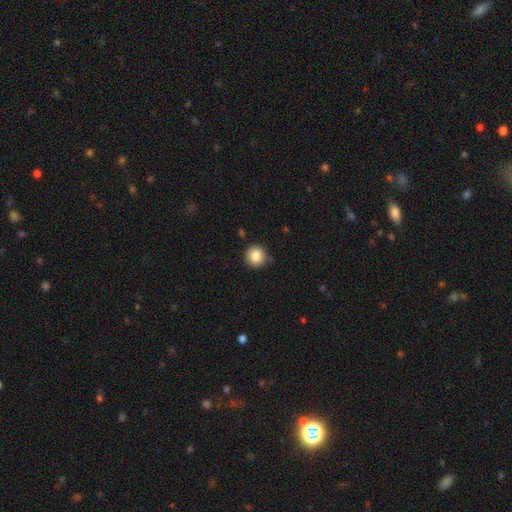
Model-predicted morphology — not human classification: Smooth or featured?
  - smooth: 85% *
  - star or artifact: 9%
  - featured or disk: 6%
How rounded?
  - round: 93% *
  - in between: 6%
  - cigar-shaped: 1%
Merging?
  - none: 87% *
  - minor disturbance: 9%
  - major disturbance: 2%
  - merger: 2%